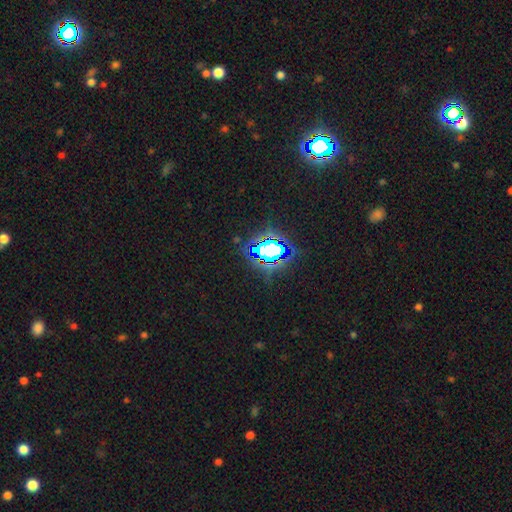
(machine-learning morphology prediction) Q: Smooth or featured?
A: star or artifact (76%); runner-up: smooth (16%)